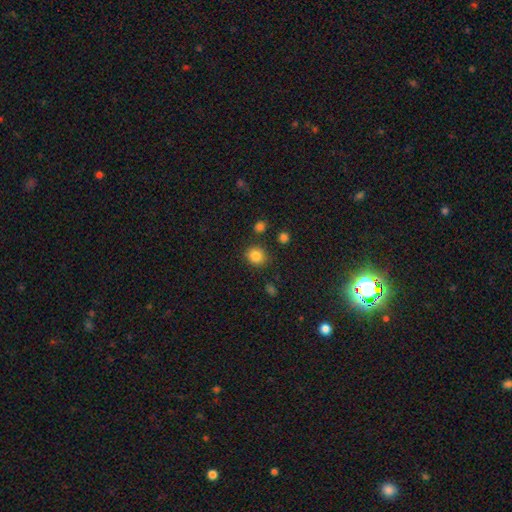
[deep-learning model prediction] Overall: smooth (85%). How rounded: round (80%). Merging: none (84%).